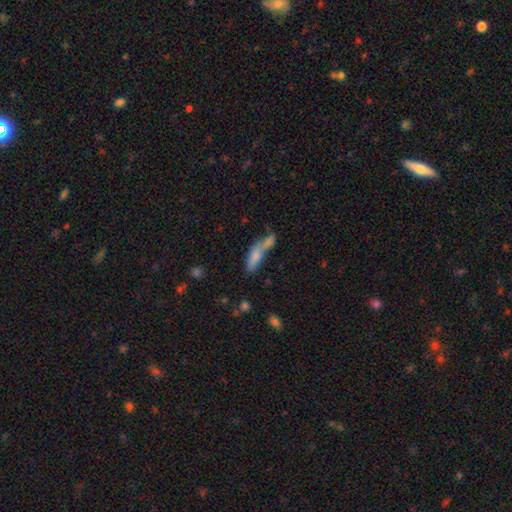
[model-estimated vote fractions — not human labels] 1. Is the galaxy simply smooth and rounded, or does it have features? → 68% smooth, 22% featured or disk, 10% star or artifact.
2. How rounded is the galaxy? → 50% cigar-shaped, 46% in between, 4% round.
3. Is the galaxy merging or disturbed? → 48% merger, 27% none, 14% minor disturbance, 11% major disturbance.